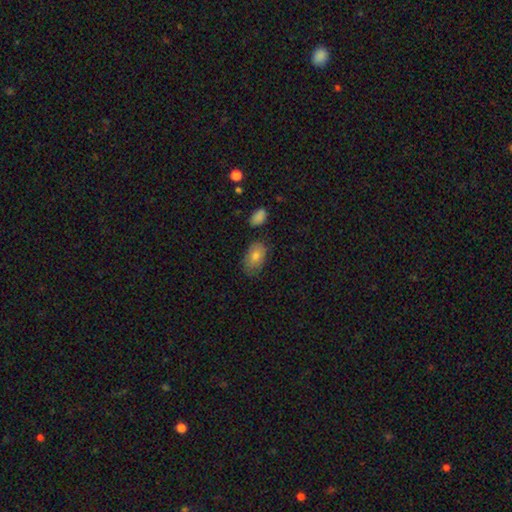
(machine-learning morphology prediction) Smooth or featured: smooth — 77% (featured or disk — 15%)
How rounded: in between — 89% (round — 9%)
Merging: none — 71% (minor disturbance — 21%)